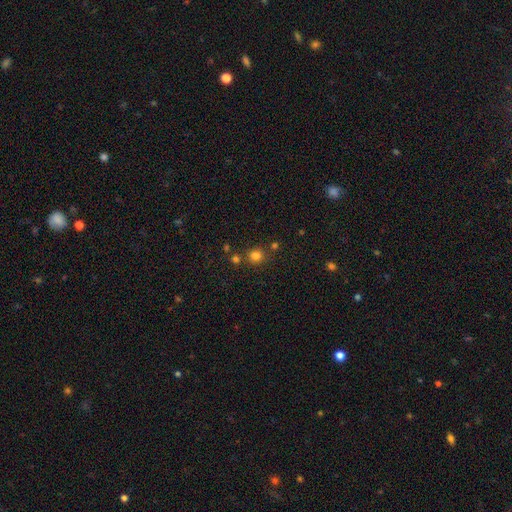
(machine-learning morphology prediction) A smooth galaxy with no disk features (78%) that is round (90%).

Vote fractions:
- Smooth or featured? smooth: 78% / star or artifact: 17% / featured or disk: 5%
- How rounded? round: 90% / in between: 9% / cigar-shaped: 1%
- Merging? none: 78% / merger: 11% / minor disturbance: 8% / major disturbance: 3%